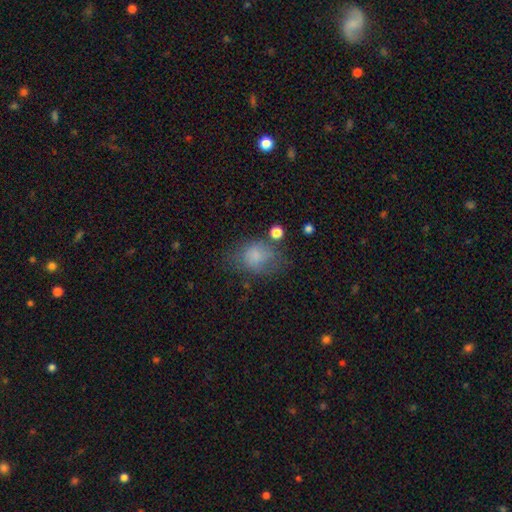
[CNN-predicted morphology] type=smooth (75%); roundness=in between (58%); merging=none (48%).